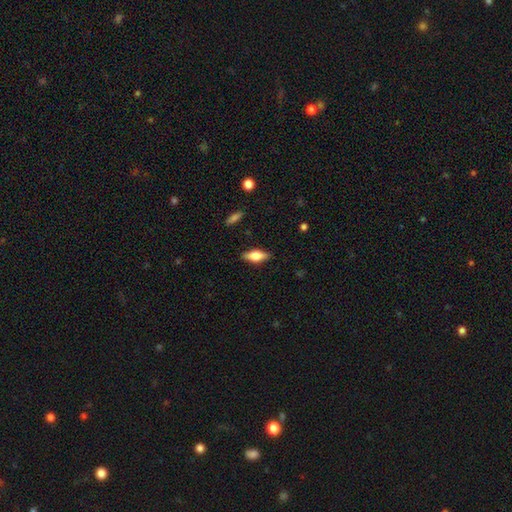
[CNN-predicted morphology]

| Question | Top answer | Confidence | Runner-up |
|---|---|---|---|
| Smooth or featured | smooth | 60% | featured or disk (33%) |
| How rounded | in between | 72% | cigar-shaped (25%) |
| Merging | none | 86% | minor disturbance (11%) |